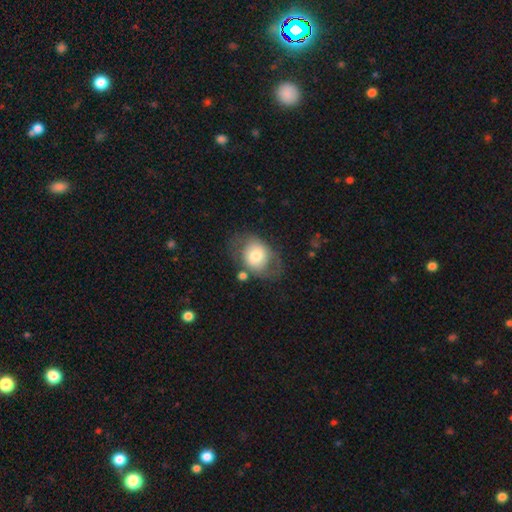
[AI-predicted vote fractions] This is likely a smooth galaxy (63%). How rounded: likely in between (61%). Merging: possibly none (57%).